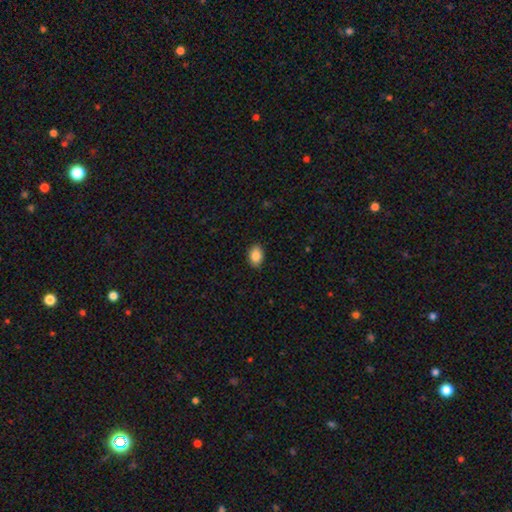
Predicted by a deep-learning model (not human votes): A smooth galaxy with no disk features (87%) that is in between round and cigar-shaped (81%).

Vote fractions:
- Smooth or featured? smooth: 87% / star or artifact: 8% / featured or disk: 5%
- How rounded? in between: 81% / round: 17% / cigar-shaped: 1%
- Merging? none: 89% / minor disturbance: 8% / major disturbance: 2% / merger: 1%